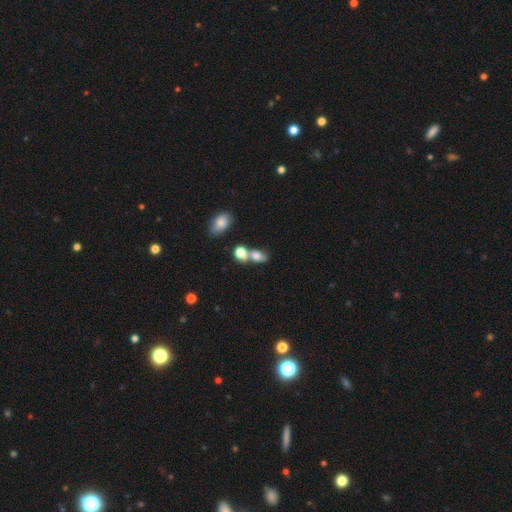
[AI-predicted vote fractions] Overall: smooth (70%). How rounded: in between (66%; round 29%). Merging: merger (49%; none 32%).